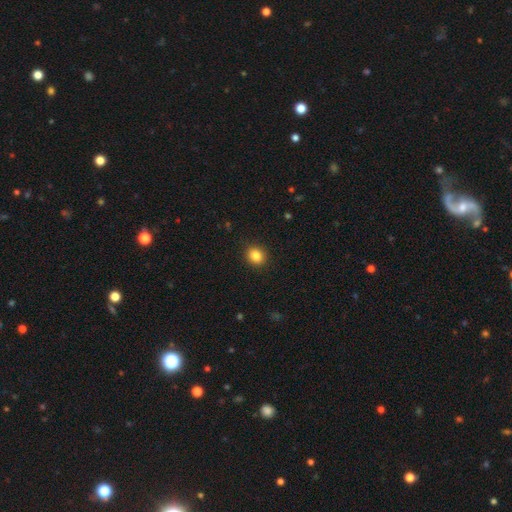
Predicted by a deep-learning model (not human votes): Q: Smooth or featured?
A: smooth (85%); runner-up: star or artifact (10%)
Q: How rounded?
A: round (63%); runner-up: in between (36%)
Q: Merging?
A: none (90%); runner-up: minor disturbance (7%)